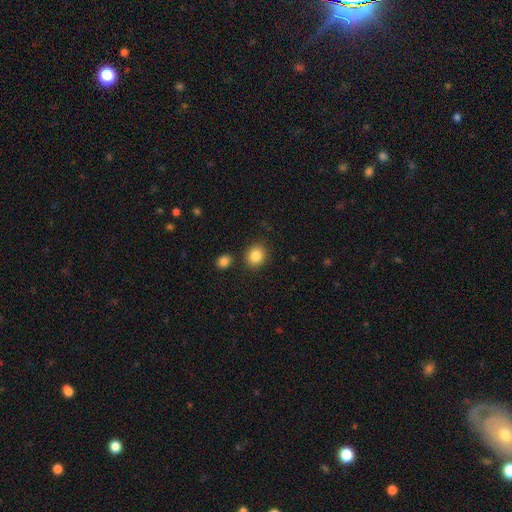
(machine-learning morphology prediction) Smooth or featured?
  - smooth: 85% *
  - star or artifact: 9%
  - featured or disk: 6%
How rounded?
  - round: 75% *
  - in between: 24%
  - cigar-shaped: 1%
Merging?
  - none: 85% *
  - minor disturbance: 8%
  - merger: 5%
  - major disturbance: 2%